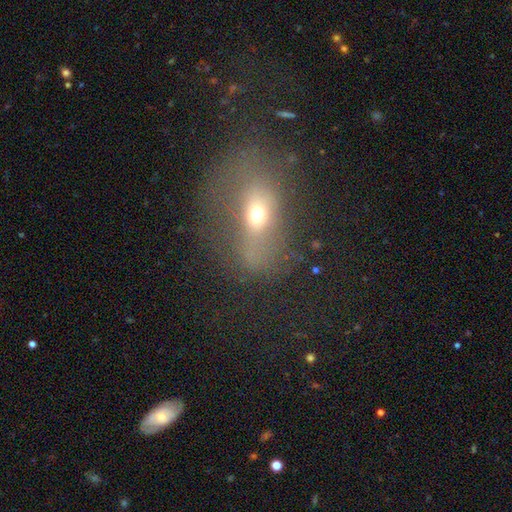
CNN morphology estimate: Overall: featured or disk (43%; smooth 40%). Merging: none (48%; major disturbance 27%).